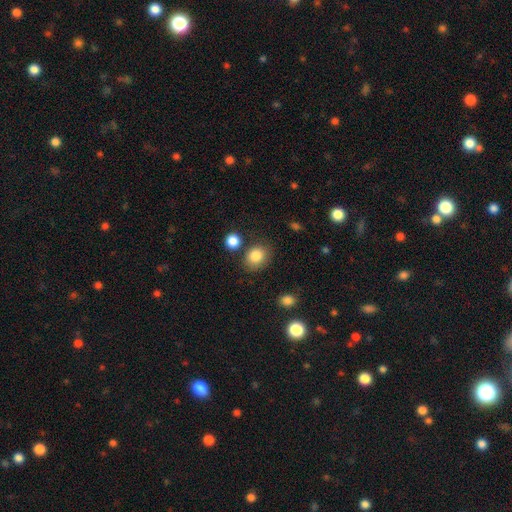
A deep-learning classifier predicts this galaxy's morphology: Smooth or featured? smooth (84%)
How rounded? round (56%)
Merging? none (76%)